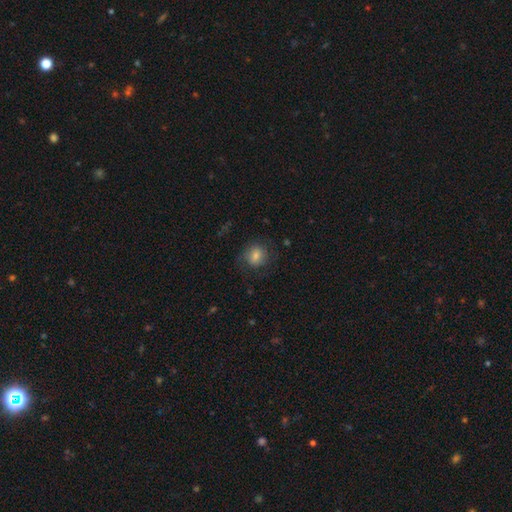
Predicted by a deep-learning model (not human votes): Smooth or featured?
  - smooth: 75% *
  - featured or disk: 16%
  - star or artifact: 9%
How rounded?
  - round: 69% *
  - in between: 30%
  - cigar-shaped: 1%
Merging?
  - none: 70% *
  - minor disturbance: 18%
  - major disturbance: 11%
  - merger: 1%